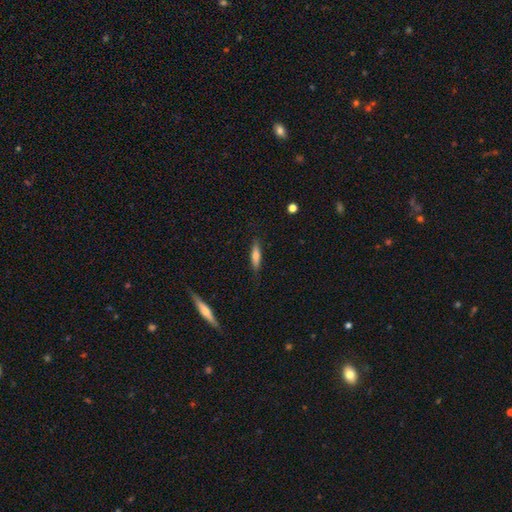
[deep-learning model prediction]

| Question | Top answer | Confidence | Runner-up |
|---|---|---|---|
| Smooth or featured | smooth | 69% | featured or disk (24%) |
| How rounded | cigar-shaped | 71% | in between (27%) |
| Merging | none | 85% | minor disturbance (12%) |